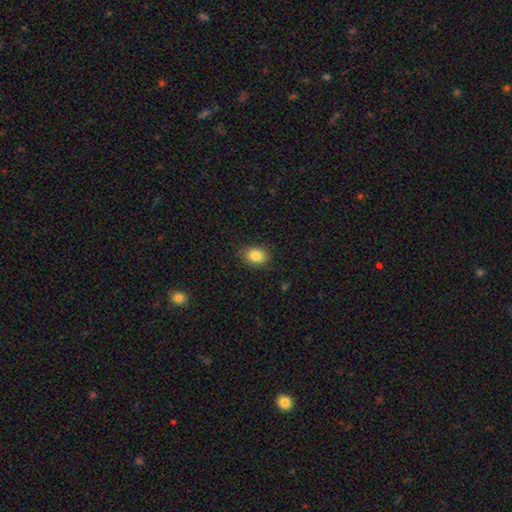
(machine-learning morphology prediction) Q: Smooth or featured?
A: smooth (85%); runner-up: star or artifact (9%)
Q: How rounded?
A: in between (67%); runner-up: round (32%)
Q: Merging?
A: none (86%); runner-up: minor disturbance (11%)